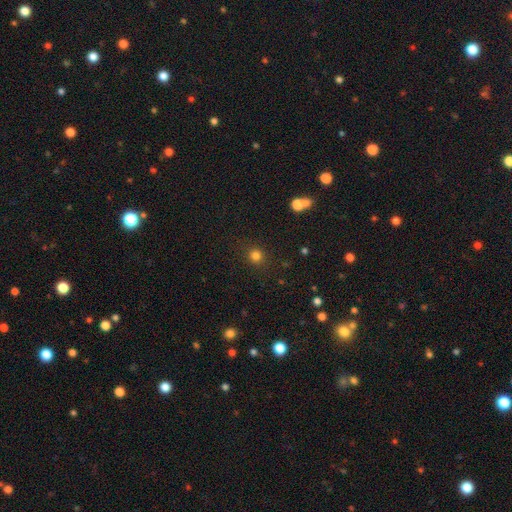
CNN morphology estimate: smooth_or_featured: smooth (p=0.81) [alt: star or artifact p=0.15]
how_rounded: round (p=0.91) [alt: in between p=0.08]
merging: none (p=0.89) [alt: minor disturbance p=0.07]